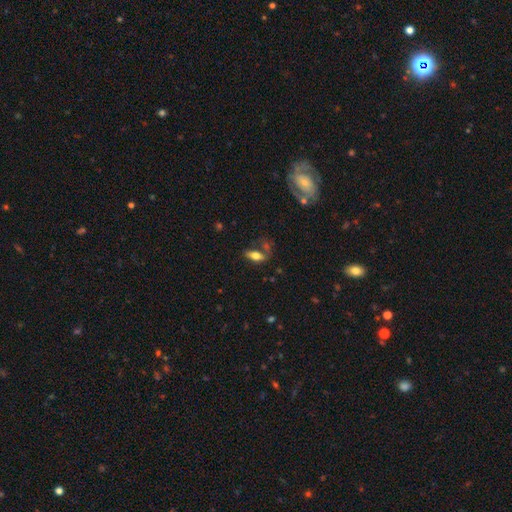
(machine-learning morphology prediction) smooth-or-featured: smooth: 66% | featured or disk: 25% | star or artifact: 9%
  how-rounded: in between: 77% | cigar-shaped: 18% | round: 4%
  merging: none: 60% | minor disturbance: 18% | merger: 14% | major disturbance: 8%